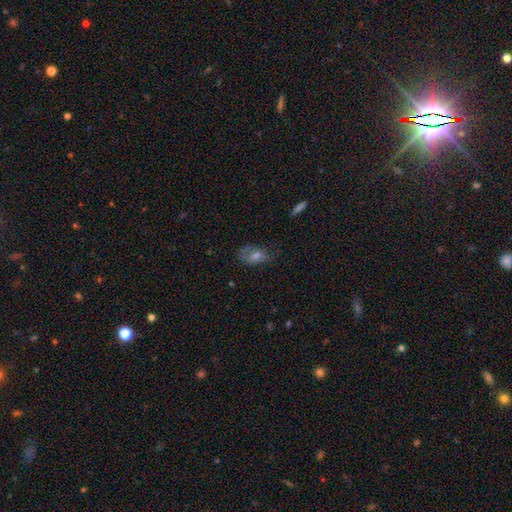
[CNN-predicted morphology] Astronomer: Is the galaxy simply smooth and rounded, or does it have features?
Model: smooth — 43%, tied with featured or disk at 43%.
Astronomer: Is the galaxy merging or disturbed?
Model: none — 54%.